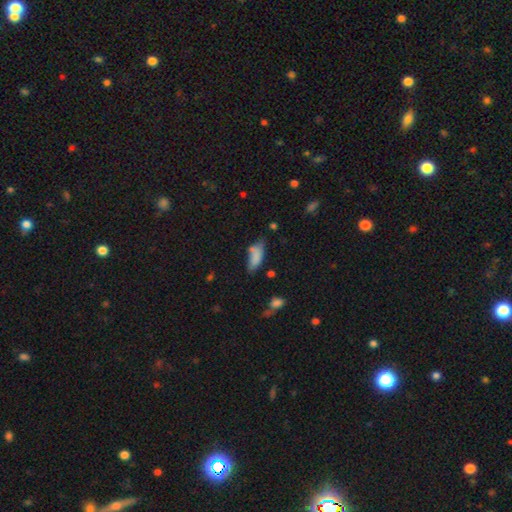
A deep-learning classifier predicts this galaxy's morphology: type=smooth (78%); roundness=in between (75%); merging=none (43%).